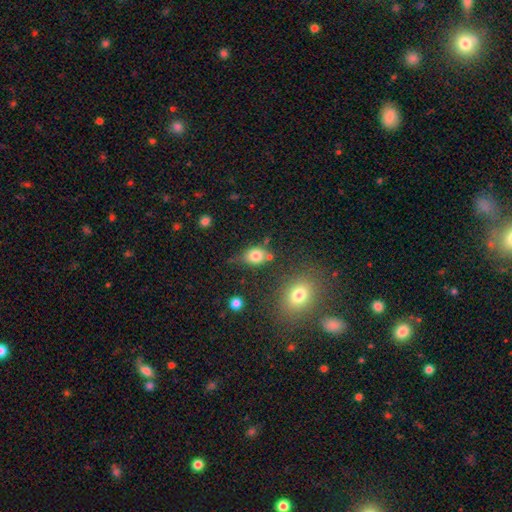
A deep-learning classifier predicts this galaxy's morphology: A smooth galaxy with no disk features (79%) that is in between round and cigar-shaped (57%). Merging: none (59%).